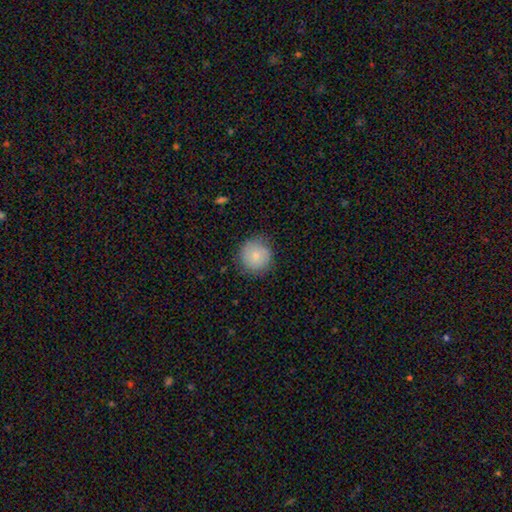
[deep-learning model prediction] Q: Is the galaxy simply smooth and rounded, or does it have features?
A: smooth — 79%.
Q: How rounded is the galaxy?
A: round — 93%.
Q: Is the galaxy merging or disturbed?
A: none — 83%.